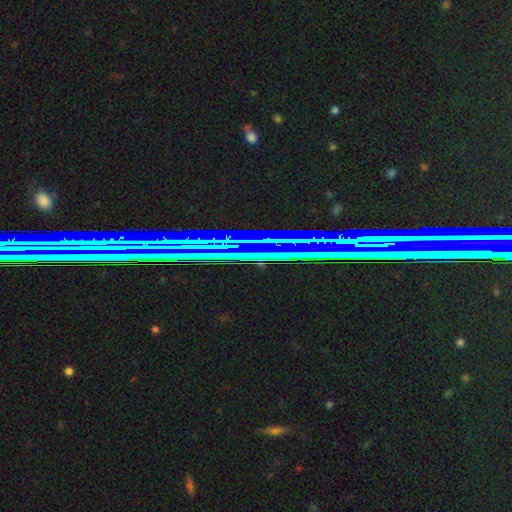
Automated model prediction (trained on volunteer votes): Morphology: type=star or artifact (75%).